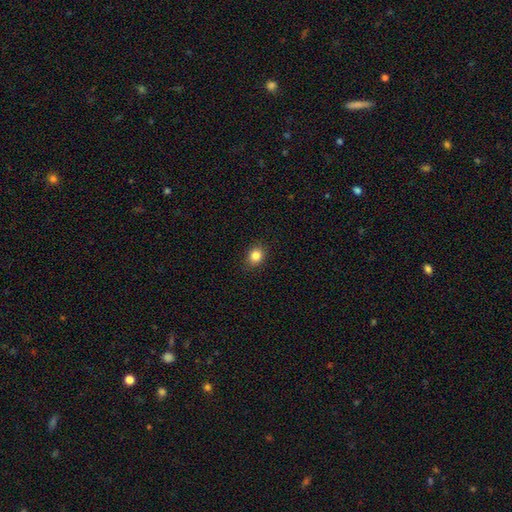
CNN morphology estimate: type=smooth (84%); roundness=round (61%); merging=none (88%).